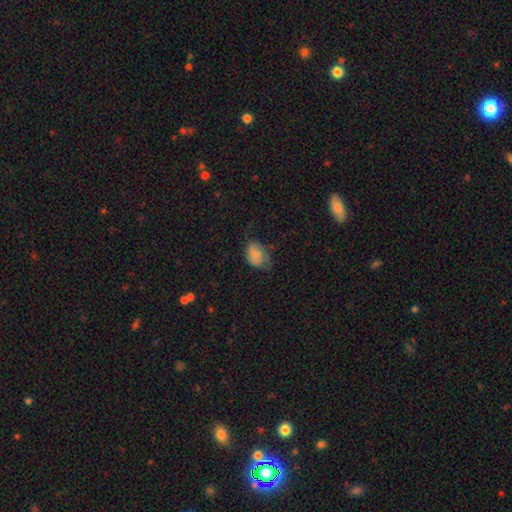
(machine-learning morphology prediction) Smooth or featured?
  - smooth: 71% *
  - featured or disk: 20%
  - star or artifact: 9%
How rounded?
  - in between: 78% *
  - round: 21%
  - cigar-shaped: 1%
Merging?
  - none: 40% *
  - minor disturbance: 37%
  - major disturbance: 20%
  - merger: 2%